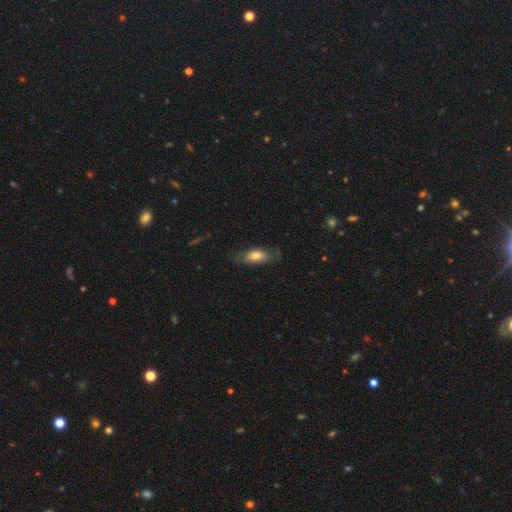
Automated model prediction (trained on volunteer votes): This appears to be a smooth galaxy with no disk features (66%) that is in between round and cigar-shaped (77%). Merging: none (67%).